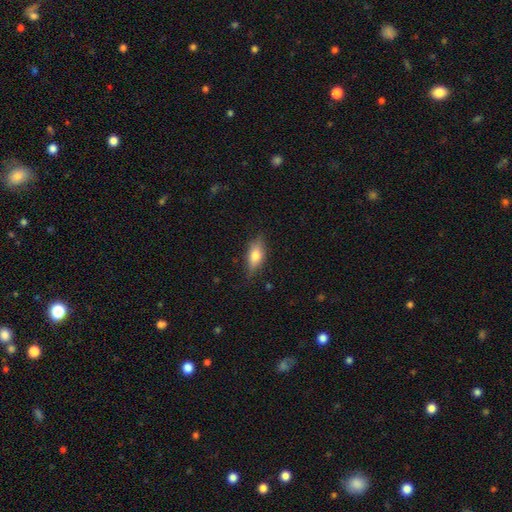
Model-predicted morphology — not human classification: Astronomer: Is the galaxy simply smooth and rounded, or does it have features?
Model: smooth — 66%.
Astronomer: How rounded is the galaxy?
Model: in between — 76%.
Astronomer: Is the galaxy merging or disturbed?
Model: none — 76%.